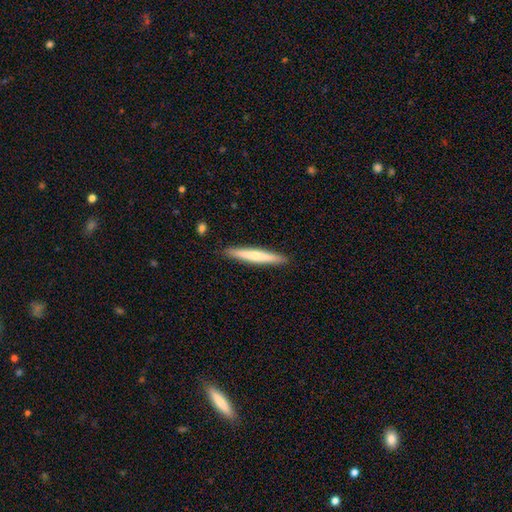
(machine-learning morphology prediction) Smooth or featured? smooth (53%)
How rounded? cigar-shaped (95%)
Merging? none (91%)